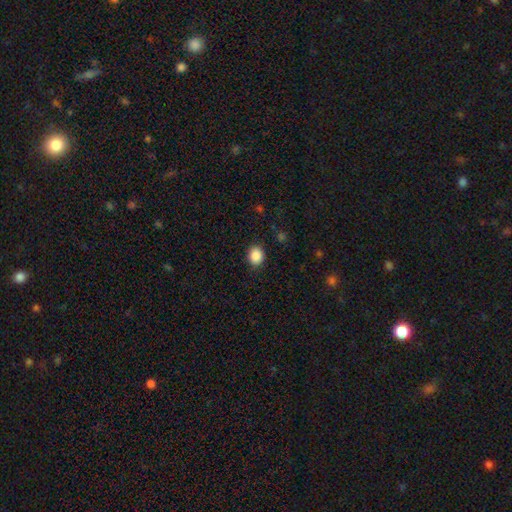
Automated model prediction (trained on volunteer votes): smooth-or-featured: smooth: 88% | star or artifact: 9% | featured or disk: 3%
  how-rounded: round: 62% | in between: 37% | cigar-shaped: 1%
  merging: none: 88% | minor disturbance: 9% | major disturbance: 3% | merger: 1%